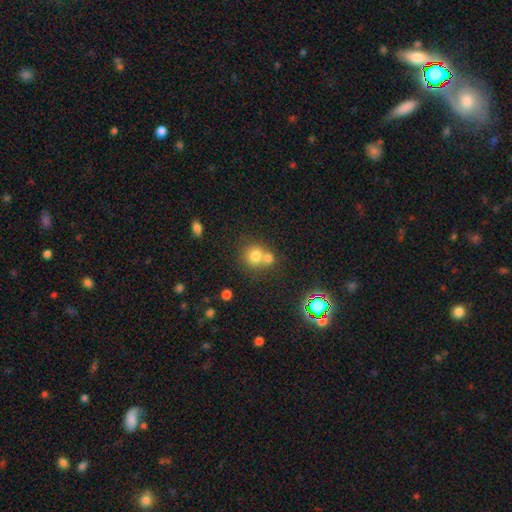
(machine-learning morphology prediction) A smooth galaxy with no disk features (75%) that is round (85%).

Vote fractions:
- Smooth or featured? smooth: 75% / star or artifact: 13% / featured or disk: 12%
- How rounded? round: 85% / in between: 14% / cigar-shaped: 1%
- Merging? merger: 48% / none: 42% / minor disturbance: 7% / major disturbance: 3%